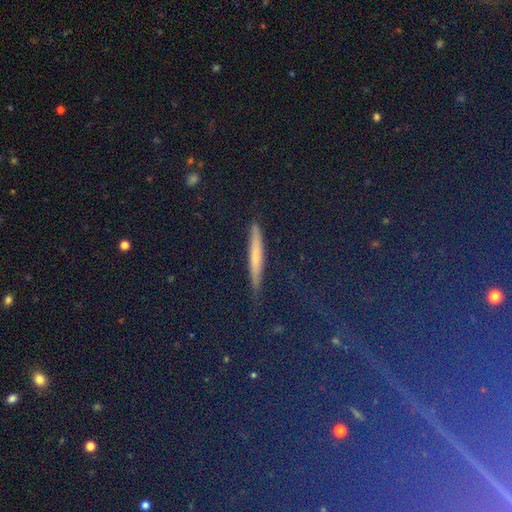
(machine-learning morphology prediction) smooth-or-featured: smooth: 44% | star or artifact: 31% | featured or disk: 25%
  merging: none: 86% | minor disturbance: 9% | major disturbance: 3% | merger: 2%